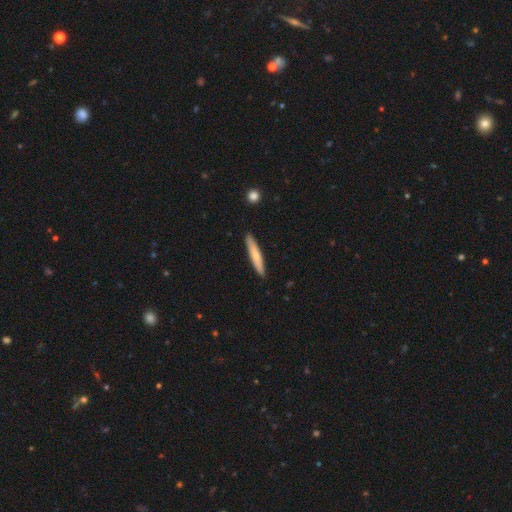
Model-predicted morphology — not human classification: smooth_or_featured: smooth (p=0.63) [alt: featured or disk p=0.32]
how_rounded: cigar-shaped (p=0.92) [alt: in between p=0.06]
merging: none (p=0.90) [alt: minor disturbance p=0.07]